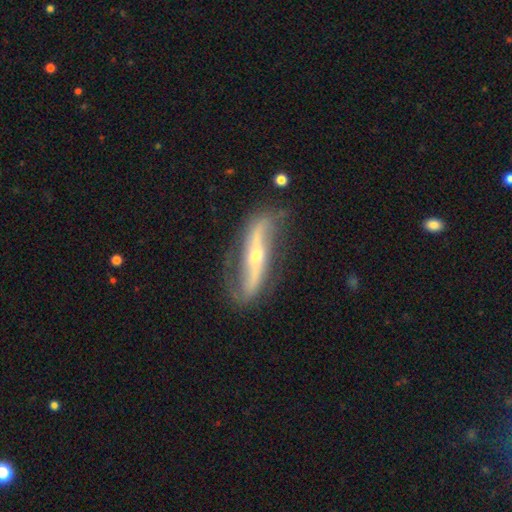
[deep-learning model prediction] Smooth or featured?
  - featured or disk: 87% *
  - smooth: 8%
  - star or artifact: 5%
Edge-on disk?
  - no: 79% *
  - yes: 21%
Bar?
  - strong: 56% *
  - no: 26%
  - weak: 18%
Spiral arms?
  - yes: 93% *
  - no: 7%
Spiral winding?
  - loose: 71% *
  - medium: 20%
  - tight: 10%
Spiral arm count?
  - 2: 92% *
  - can't tell: 3%
  - 1: 3%
  - 3: 1%
  - 4: 1%
  - more than 4: 1%
Bulge size?
  - small: 54% *
  - moderate: 42%
  - large: 2%
  - none: 1%
  - dominant: 1%
Merging?
  - none: 74% *
  - minor disturbance: 17%
  - major disturbance: 7%
  - merger: 2%